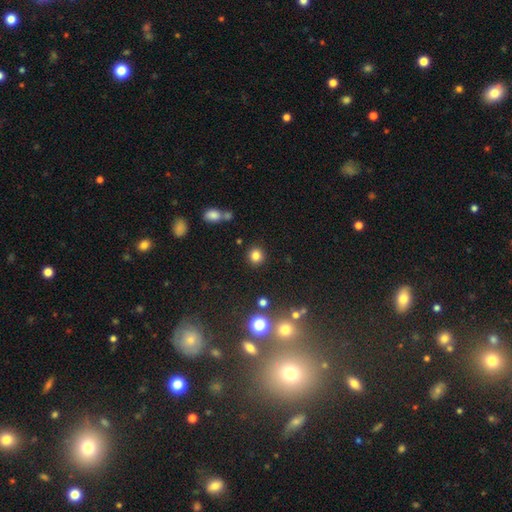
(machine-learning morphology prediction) A smooth galaxy with no disk features (81%) that is round (89%). Merging: none (88%).